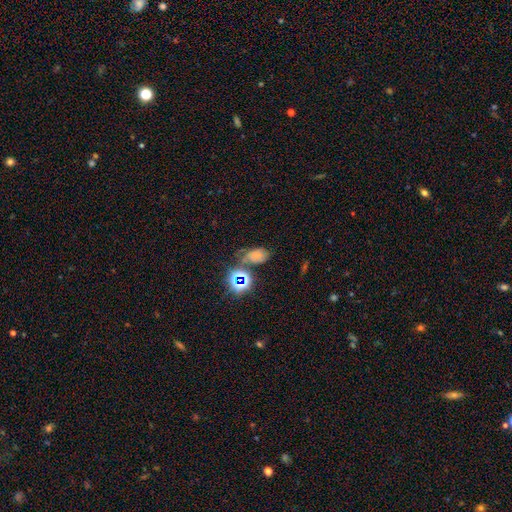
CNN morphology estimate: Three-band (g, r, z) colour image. It shows a smooth galaxy with no disk features (47%). Merging: none (52%).